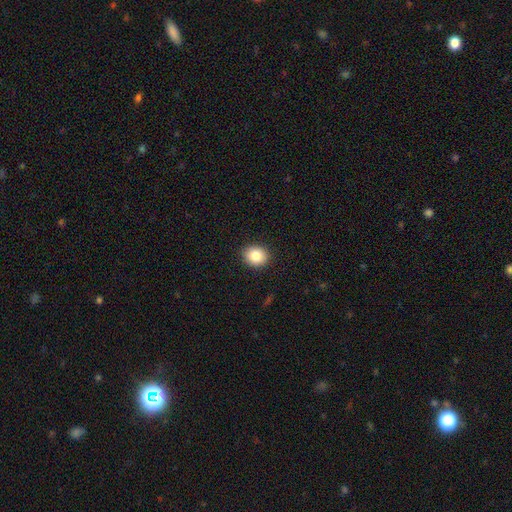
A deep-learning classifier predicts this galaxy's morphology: A smooth galaxy with no disk features (86%) that is round (66%). Merging: none (90%).